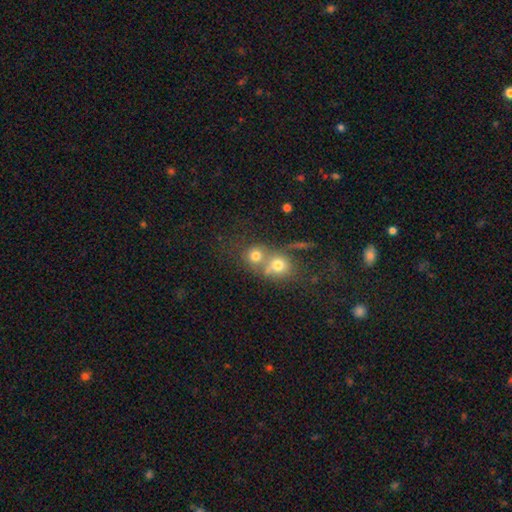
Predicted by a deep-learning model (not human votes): A smooth galaxy with no disk features (72%) that is round (81%).

Vote fractions:
- Smooth or featured? smooth: 72% / featured or disk: 14% / star or artifact: 14%
- How rounded? round: 81% / in between: 18% / cigar-shaped: 1%
- Merging? merger: 53% / none: 35% / minor disturbance: 7% / major disturbance: 5%